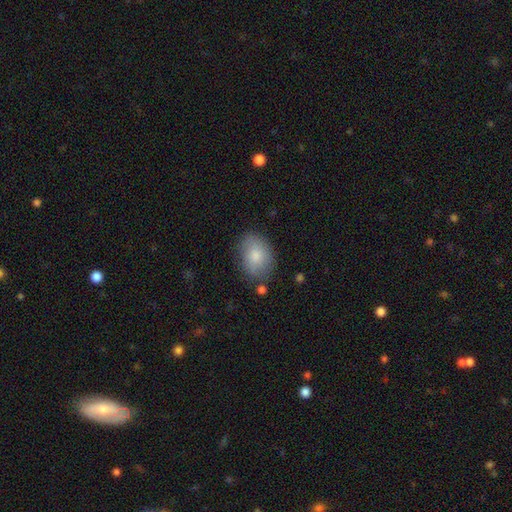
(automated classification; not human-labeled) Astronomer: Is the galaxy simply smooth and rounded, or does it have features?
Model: smooth — 81%.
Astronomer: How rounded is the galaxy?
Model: in between — 78%.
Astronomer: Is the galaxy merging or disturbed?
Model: none — 76%.